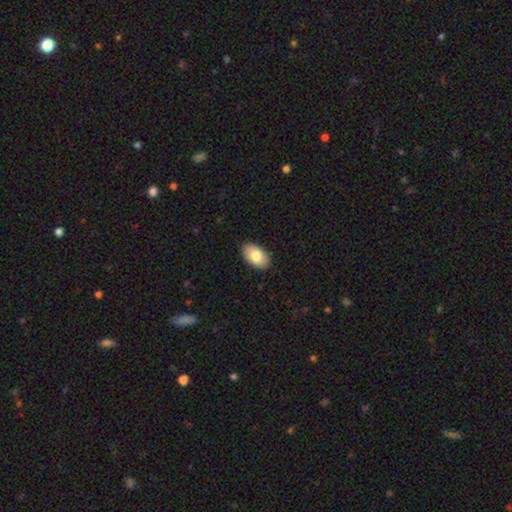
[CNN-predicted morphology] smooth_or_featured: smooth (p=0.81) [alt: featured or disk p=0.13]
how_rounded: in between (p=0.94) [alt: round p=0.04]
merging: none (p=0.89) [alt: minor disturbance p=0.08]